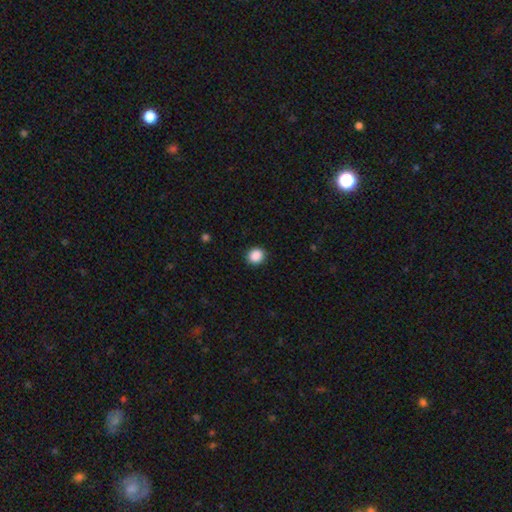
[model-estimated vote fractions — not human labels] A smooth galaxy with no disk features (89%) that is round (82%).

Vote fractions:
- Smooth or featured? smooth: 89% / star or artifact: 9% / featured or disk: 2%
- How rounded? round: 82% / in between: 17% / cigar-shaped: 1%
- Merging? none: 92% / minor disturbance: 6% / major disturbance: 2% / merger: 1%